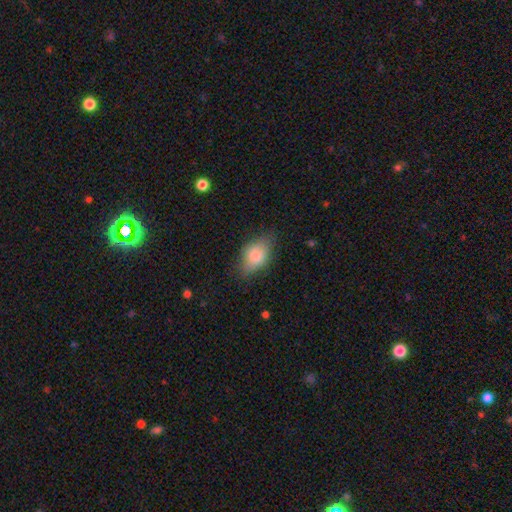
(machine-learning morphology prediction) Smooth or featured? Predicted: smooth (p=0.77). How rounded? Predicted: in between (p=0.86). Merging? Predicted: none (p=0.65).